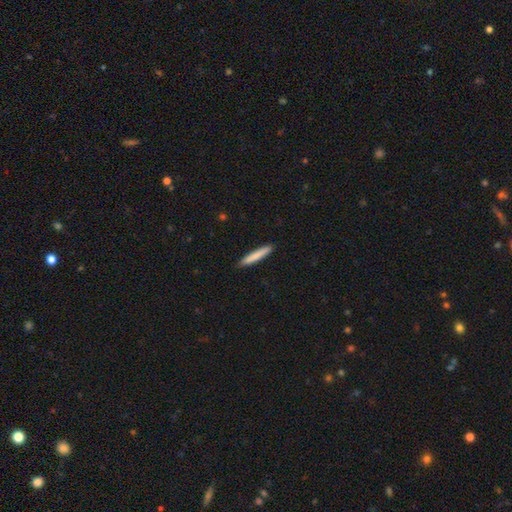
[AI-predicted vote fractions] smooth 81%, featured or disk 14%, star or artifact 6%. Down the decision tree: how rounded — cigar-shaped (94%); merging — none (90%).